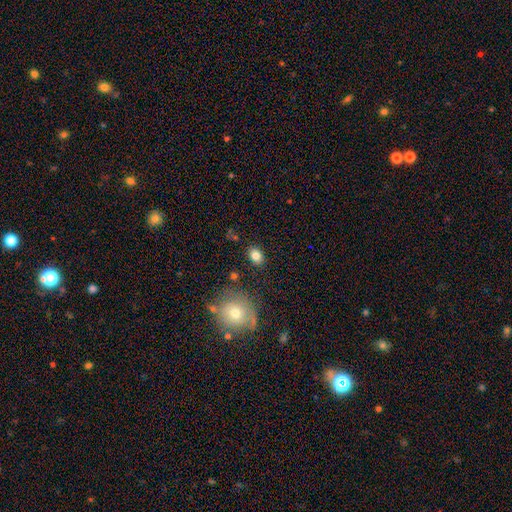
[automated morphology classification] smooth-or-featured: smooth: 82% | star or artifact: 10% | featured or disk: 8%
  how-rounded: in between: 61% | round: 38% | cigar-shaped: 1%
  merging: none: 85% | minor disturbance: 9% | major disturbance: 3% | merger: 3%